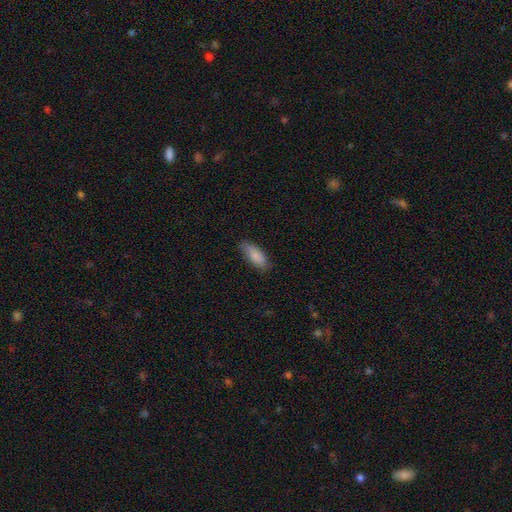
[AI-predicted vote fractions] A smooth galaxy with no disk features (87%) that is in between round and cigar-shaped (75%). Merging: none (81%).